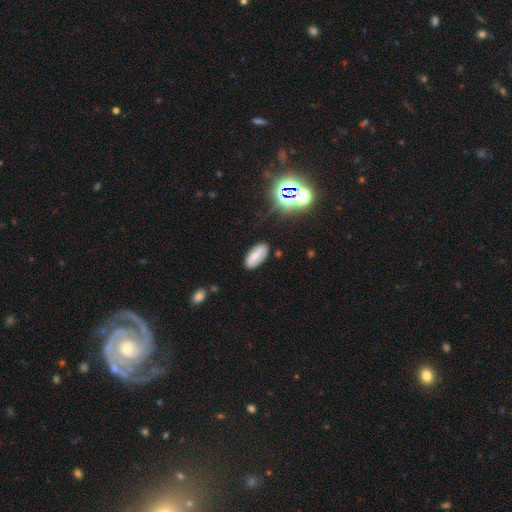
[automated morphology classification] This is possibly a smooth galaxy (60%). How rounded: clearly in between (87%). Merging: clearly none (81%).